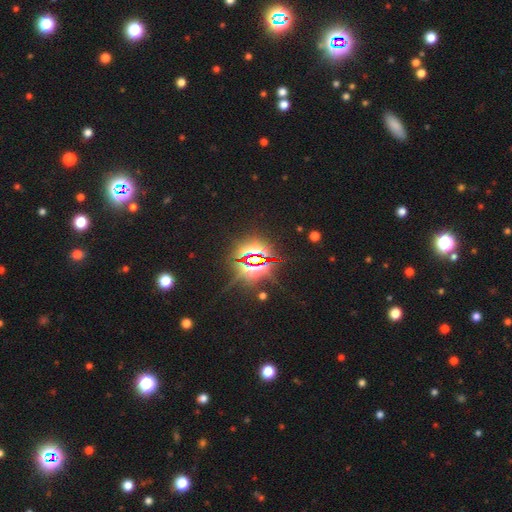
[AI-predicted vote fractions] Smooth or featured? Predicted: star or artifact (p=0.84).